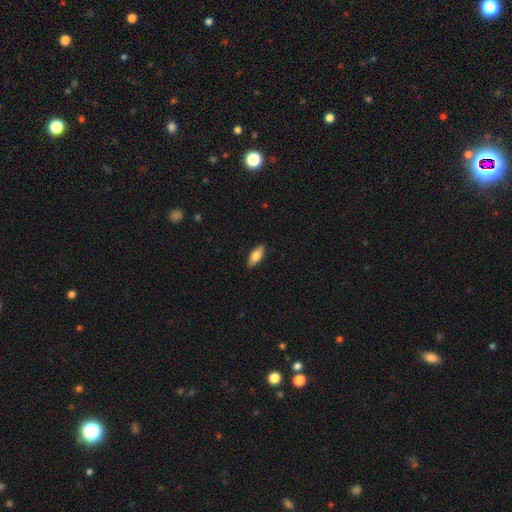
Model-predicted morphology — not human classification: Smooth or featured? smooth (77%)
How rounded? in between (79%)
Merging? none (89%)